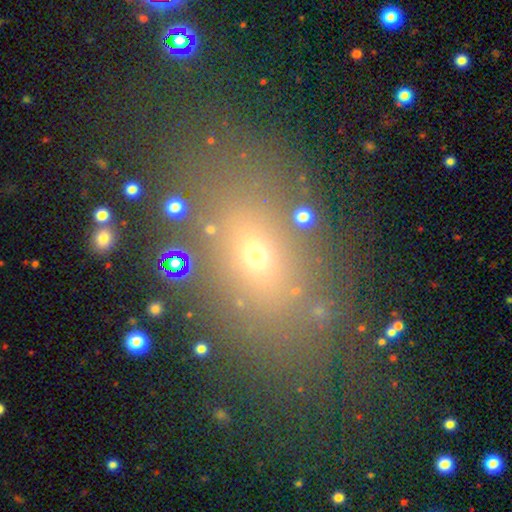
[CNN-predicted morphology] The model was most divided on "smooth or featured": smooth: 58%, star or artifact: 24%, featured or disk: 18%. More confident: merging — none (75%); how rounded — in between (74%).